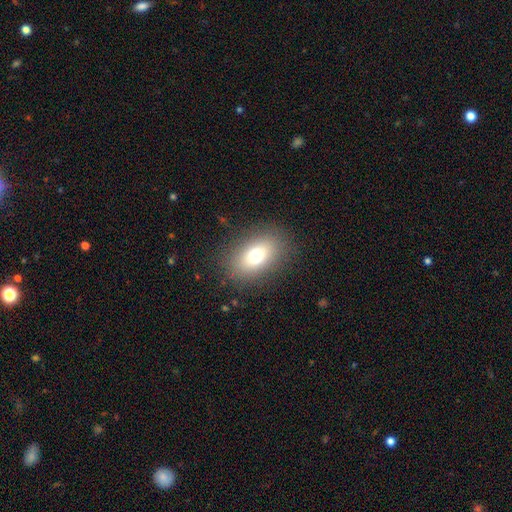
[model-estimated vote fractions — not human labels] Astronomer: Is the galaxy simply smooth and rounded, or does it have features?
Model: smooth — 73%.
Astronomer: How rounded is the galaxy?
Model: in between — 81%.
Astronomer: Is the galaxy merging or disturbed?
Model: none — 85%.